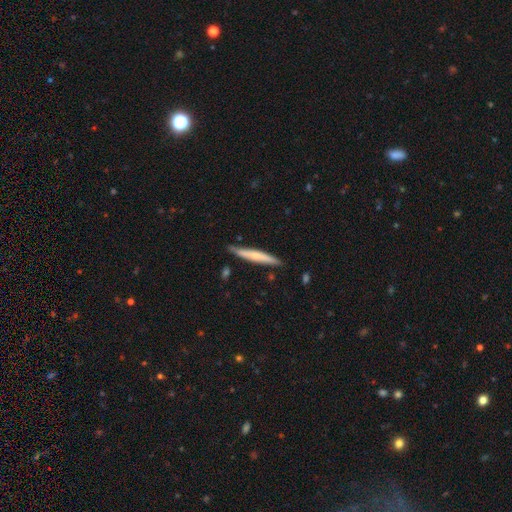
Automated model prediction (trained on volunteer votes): smooth-or-featured: smooth: 53% | featured or disk: 42% | star or artifact: 5%
  how-rounded: cigar-shaped: 94% | in between: 5% | round: 1%
  merging: none: 83% | minor disturbance: 13% | merger: 2% | major disturbance: 2%